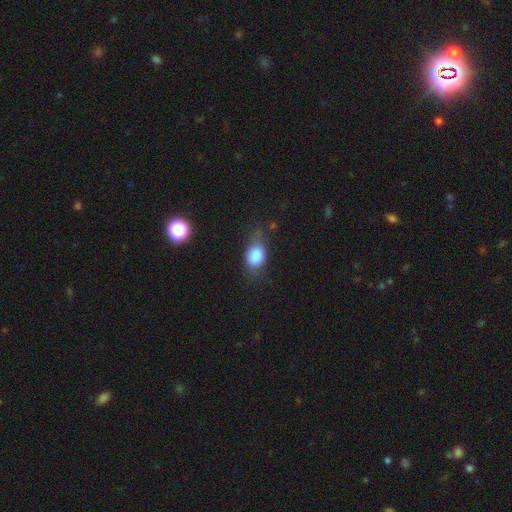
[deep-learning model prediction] The model was most divided on "merging": none: 50%, minor disturbance: 33%, major disturbance: 14%, merger: 3%. More confident: smooth or featured — smooth (81%); how rounded — in between (67%).